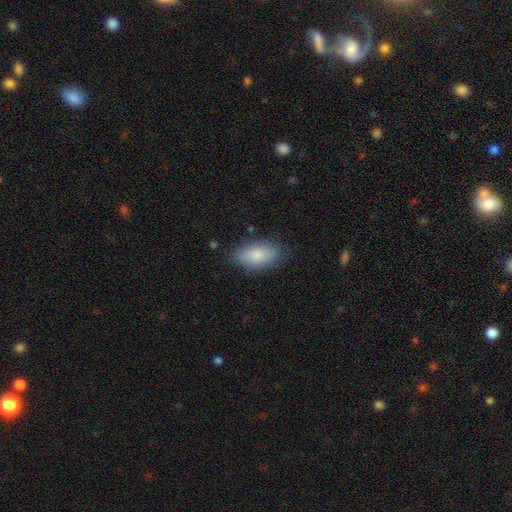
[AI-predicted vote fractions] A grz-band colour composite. It shows a smooth galaxy with no disk features (81%) that is in between round and cigar-shaped (89%). Merging: none (79%).